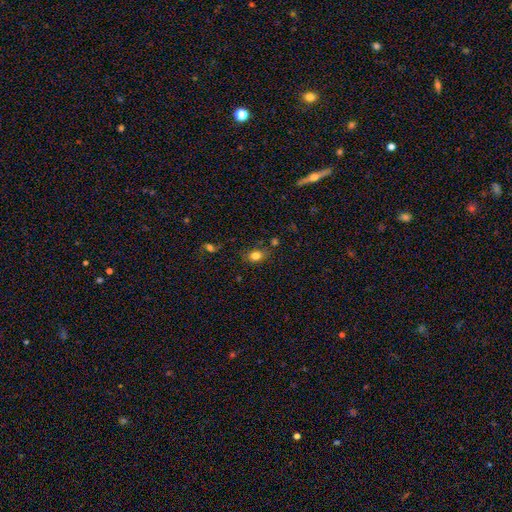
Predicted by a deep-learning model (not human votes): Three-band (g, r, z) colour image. It shows a smooth galaxy with no disk features (80%) that is in between round and cigar-shaped (57%). Merging: none (75%).